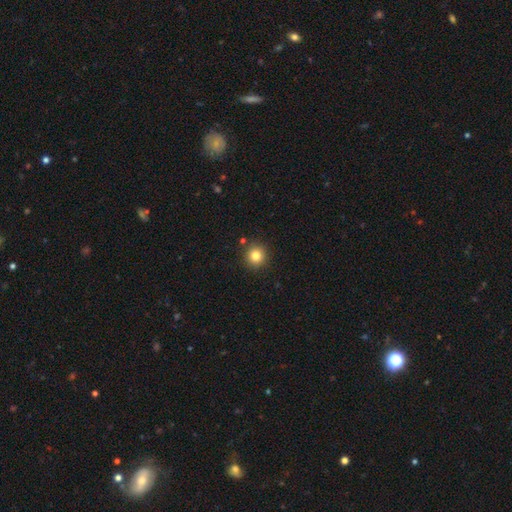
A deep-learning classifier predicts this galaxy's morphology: Overall: smooth (82%). How rounded: round (93%). Merging: none (88%).